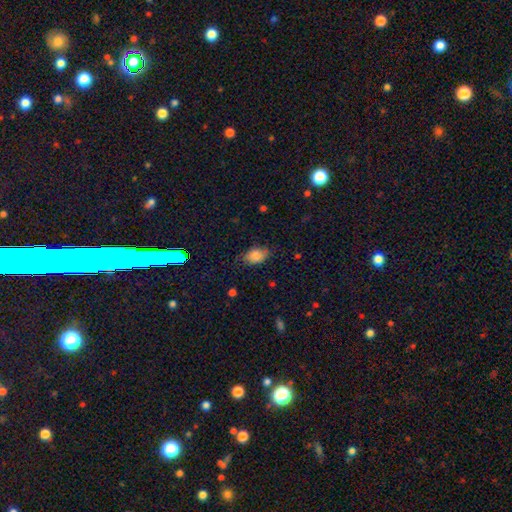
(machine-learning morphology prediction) type=smooth (81%); roundness=in between (82%); merging=none (71%).